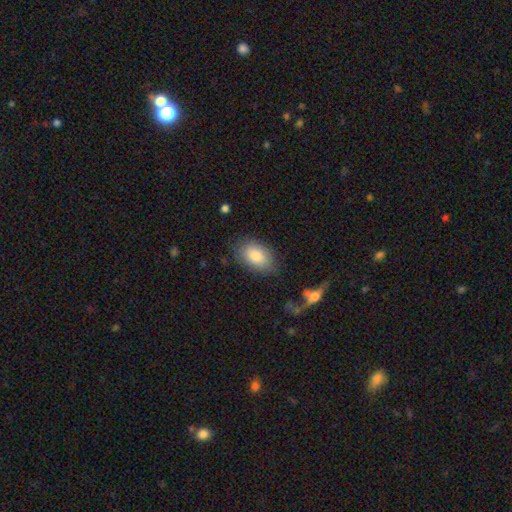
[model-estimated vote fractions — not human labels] Morphology: type=smooth (82%); roundness=in between (89%); merging=none (80%).